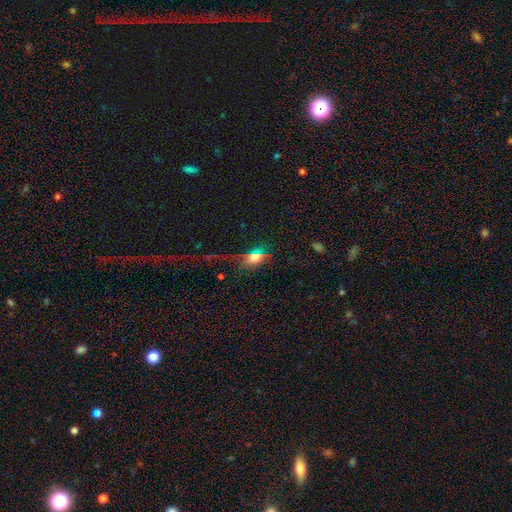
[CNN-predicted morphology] A smooth galaxy with no disk features (58%) that is in between round and cigar-shaped (70%).

Vote fractions:
- Smooth or featured? smooth: 58% / star or artifact: 28% / featured or disk: 14%
- How rounded? in between: 70% / round: 21% / cigar-shaped: 9%
- Merging? none: 66% / minor disturbance: 16% / major disturbance: 13% / merger: 5%